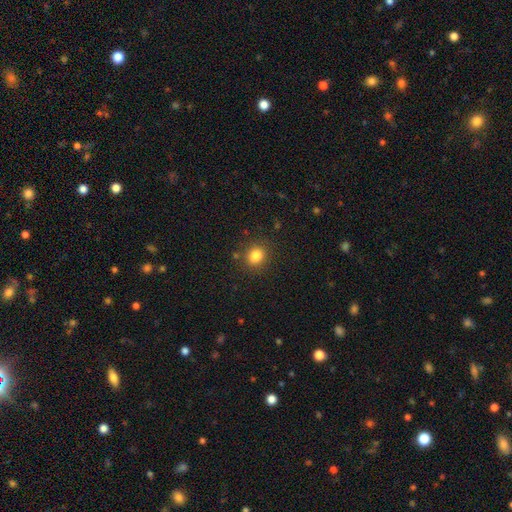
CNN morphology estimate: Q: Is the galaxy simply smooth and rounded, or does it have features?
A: smooth — 82%.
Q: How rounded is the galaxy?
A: round — 73%.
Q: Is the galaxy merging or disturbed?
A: none — 86%.